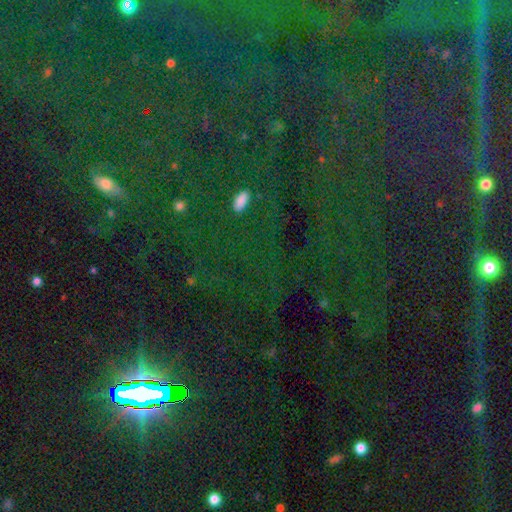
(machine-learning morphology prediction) star or artifact 81%, smooth 11%, featured or disk 8%.